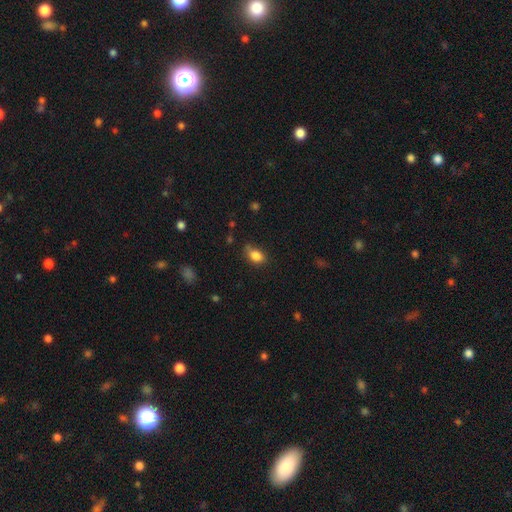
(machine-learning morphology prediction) The model was most divided on "merging": none: 61%, minor disturbance: 29%, major disturbance: 6%, merger: 3%. More confident: smooth or featured — smooth (85%); how rounded — in between (79%).